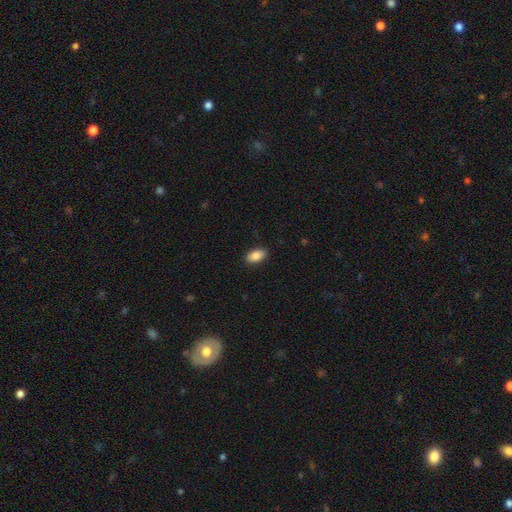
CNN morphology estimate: smooth_or_featured: smooth (p=0.86) [alt: featured or disk p=0.07]
how_rounded: in between (p=0.93) [alt: round p=0.04]
merging: none (p=0.89) [alt: minor disturbance p=0.08]